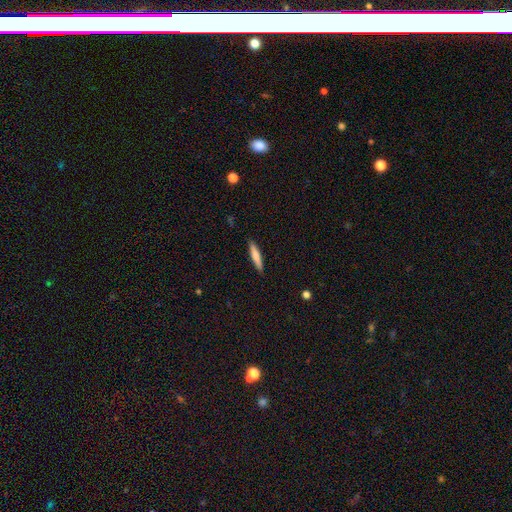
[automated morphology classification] This is likely a smooth galaxy (76%). How rounded: clearly cigar-shaped (89%). Merging: clearly none (89%).